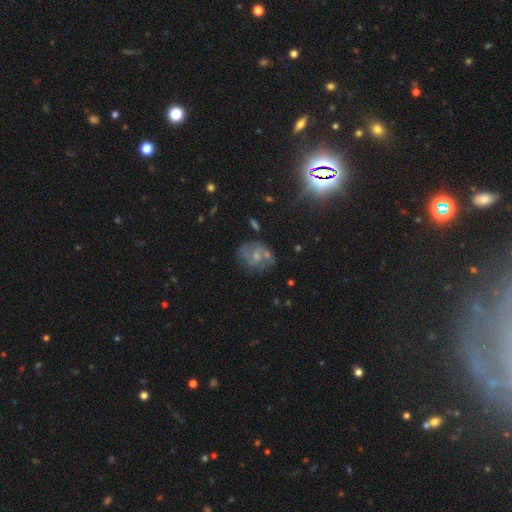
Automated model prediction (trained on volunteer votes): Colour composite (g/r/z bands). It shows a featured or disk galaxy (64%) with no bar (56%), spiral arms (79%) and a small central bulge (50%). Merging: none (54%).